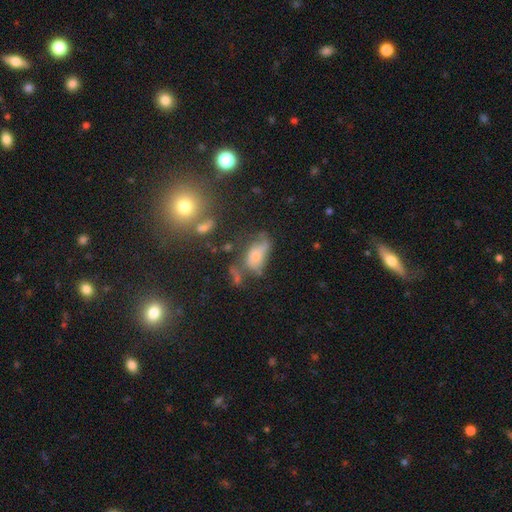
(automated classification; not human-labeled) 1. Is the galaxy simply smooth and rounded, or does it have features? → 61% smooth, 26% featured or disk, 13% star or artifact.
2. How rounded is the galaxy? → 87% in between, 7% cigar-shaped, 6% round.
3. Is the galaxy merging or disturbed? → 30% major disturbance, 28% none, 26% minor disturbance, 16% merger.